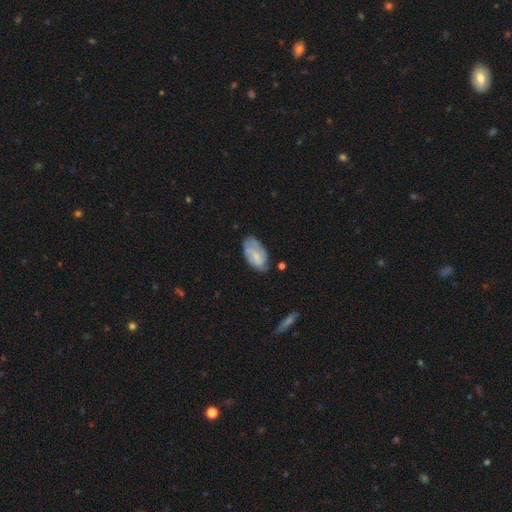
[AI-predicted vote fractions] The model was most divided on "smooth or featured": smooth: 50%, featured or disk: 43%, star or artifact: 7%. More confident: how rounded — in between (93%); merging — none (53%).